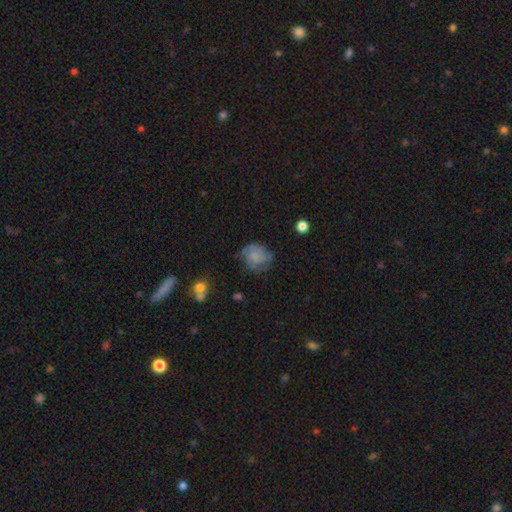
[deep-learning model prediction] Morphology: type=smooth (48%); merging=none (58%).